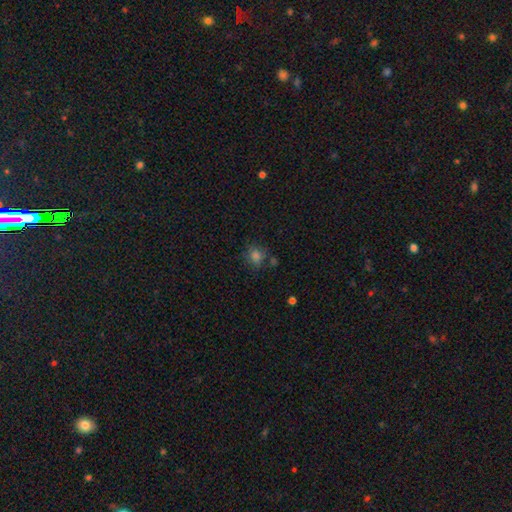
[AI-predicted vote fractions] Overall: smooth (76%). How rounded: round (72%). Merging: none (69%).